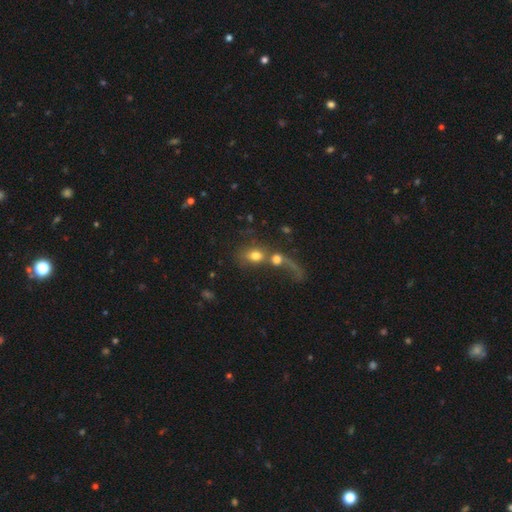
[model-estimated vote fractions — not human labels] Smooth or featured?
  - smooth: 66% *
  - featured or disk: 22%
  - star or artifact: 12%
How rounded?
  - round: 51% *
  - in between: 46%
  - cigar-shaped: 3%
Merging?
  - merger: 65% *
  - none: 16%
  - major disturbance: 13%
  - minor disturbance: 6%